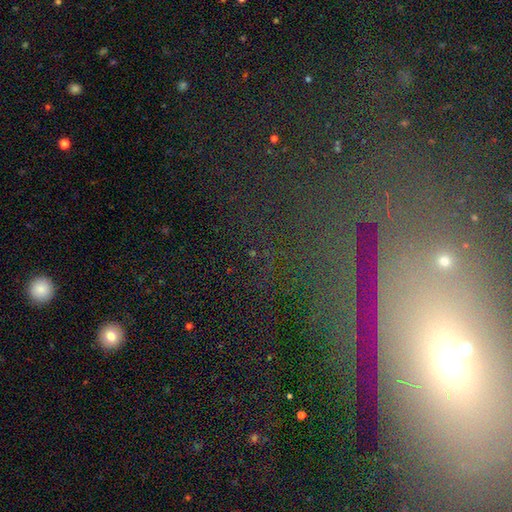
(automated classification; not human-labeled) The model was most divided on "smooth or featured": star or artifact: 46%, featured or disk: 30%, smooth: 24%.